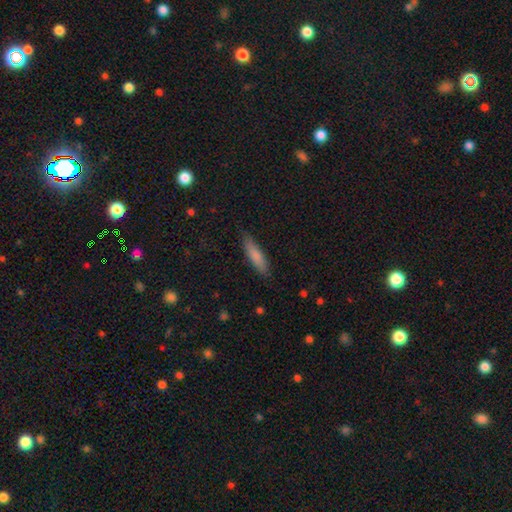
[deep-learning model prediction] A smooth galaxy with no disk features (80%) that is cigar-shaped (77%). Merging: none (85%).